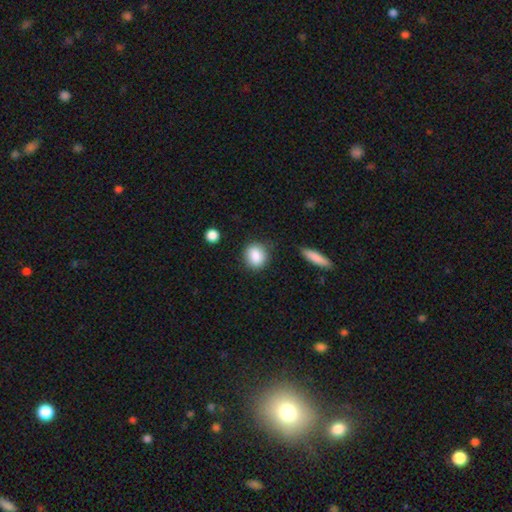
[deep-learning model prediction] A smooth galaxy with no disk features (88%) that is round (68%). Merging: none (83%).